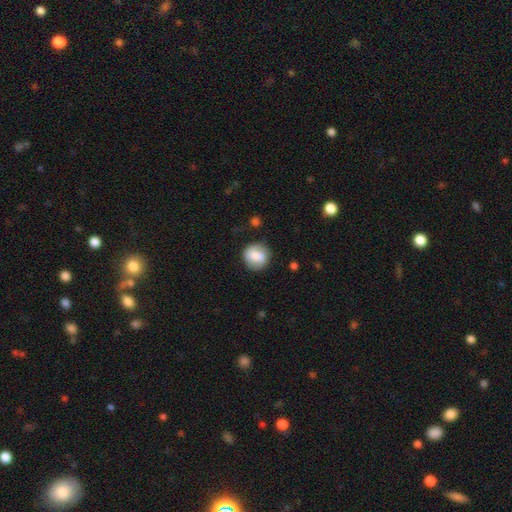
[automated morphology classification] Overall: smooth (72%). How rounded: round (89%). Merging: none (79%).